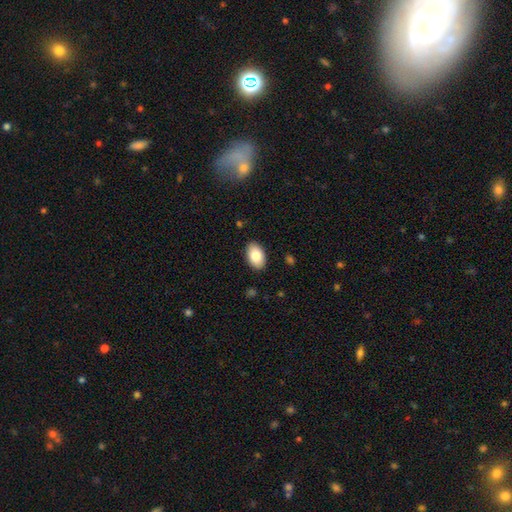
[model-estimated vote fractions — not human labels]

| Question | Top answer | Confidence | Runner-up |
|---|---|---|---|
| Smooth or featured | smooth | 84% | featured or disk (9%) |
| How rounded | in between | 92% | round (6%) |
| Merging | none | 88% | minor disturbance (9%) |